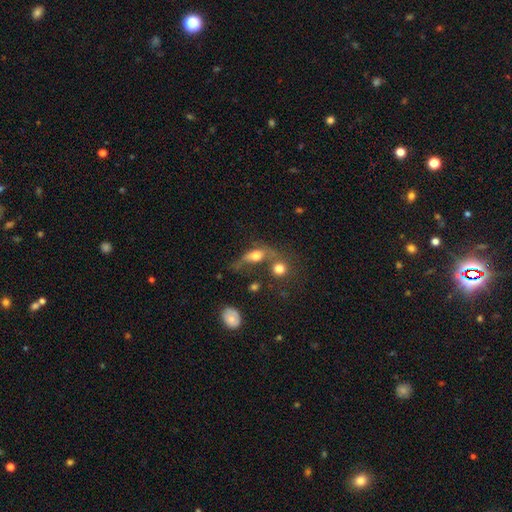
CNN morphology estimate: A smooth galaxy with no disk features (54%) that is in between round and cigar-shaped (60%). Merging: major disturbance (29%).